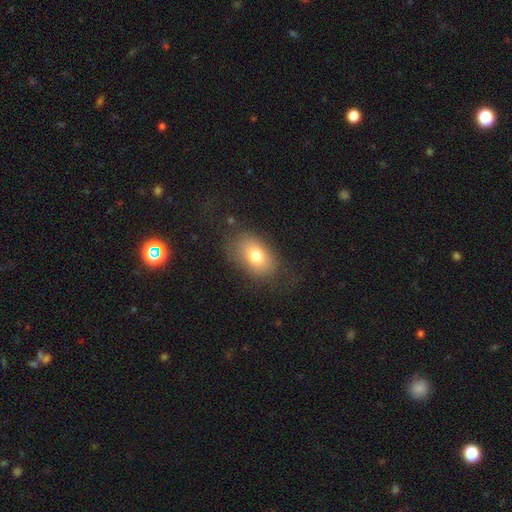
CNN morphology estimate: type=smooth (75%); roundness=in between (82%); merging=none (70%).